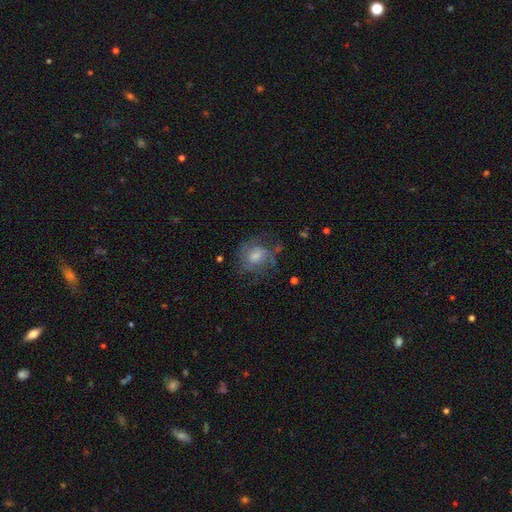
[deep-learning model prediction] featured or disk 56%, smooth 29%, star or artifact 14%. Down the decision tree: edge-on disk — no (97%); bar — no (64%); spiral arms — yes (77%); bulge size — moderate (49%); merging — none (63%).